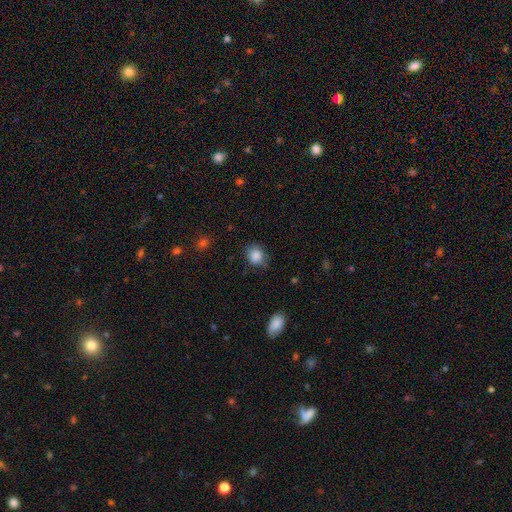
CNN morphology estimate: A smooth galaxy with no disk features (86%) that is round (57%). Merging: none (76%).